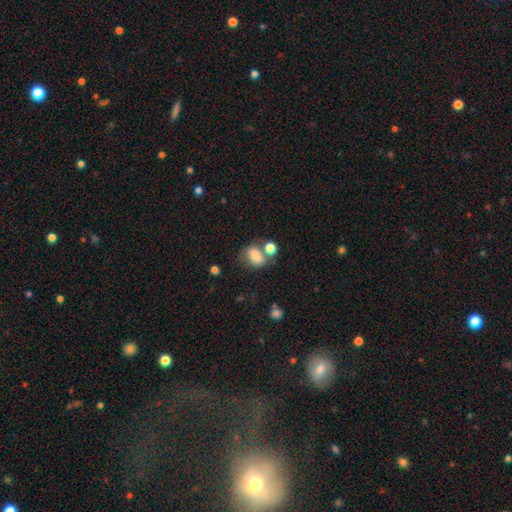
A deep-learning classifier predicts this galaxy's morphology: Q: Smooth or featured?
A: smooth (76%); runner-up: featured or disk (14%)
Q: How rounded?
A: in between (73%); runner-up: round (25%)
Q: Merging?
A: none (38%); runner-up: merger (34%)